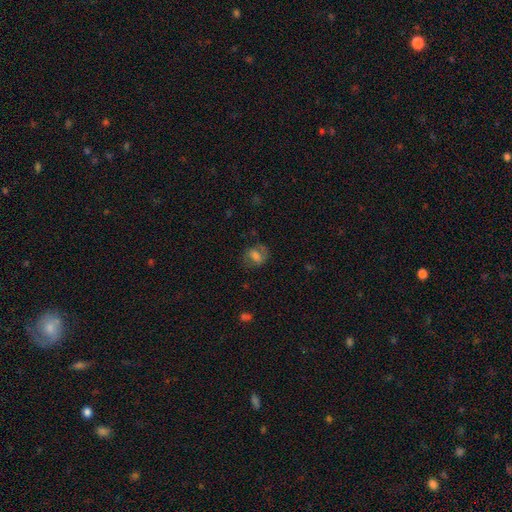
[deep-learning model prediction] smooth 52%, featured or disk 36%, star or artifact 11%. Down the decision tree: how rounded — in between (62%); merging — none (62%).